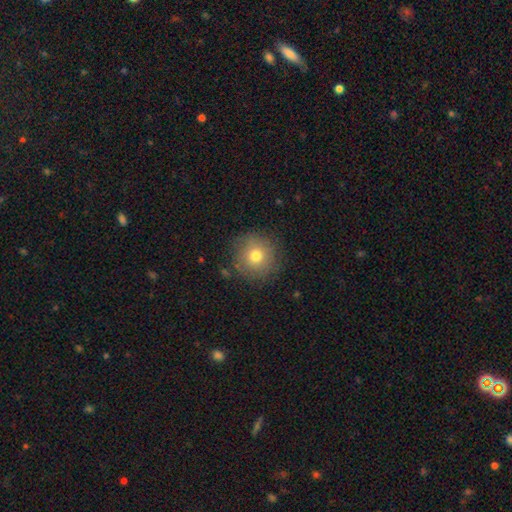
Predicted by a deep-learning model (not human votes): Morphology: type=smooth (73%); roundness=round (94%); merging=none (85%).